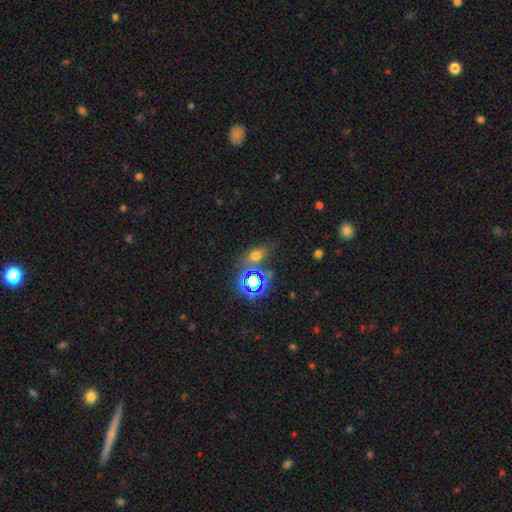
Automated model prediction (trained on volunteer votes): Overall: smooth (55%; star or artifact 35%). How rounded: in between (70%). Merging: none (69%).